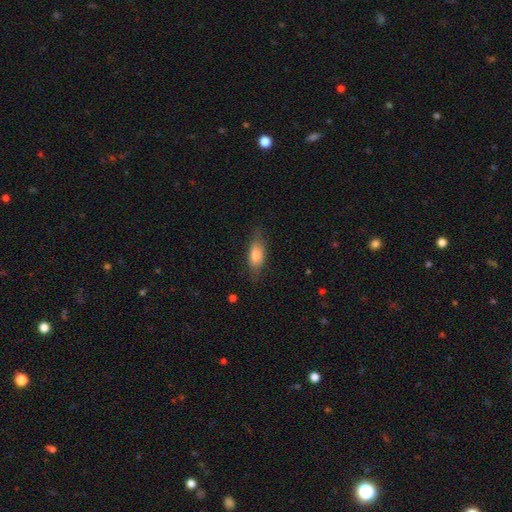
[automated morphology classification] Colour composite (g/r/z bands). It shows a smooth galaxy with no disk features (73%) that is in between round and cigar-shaped (76%). Merging: none (72%).